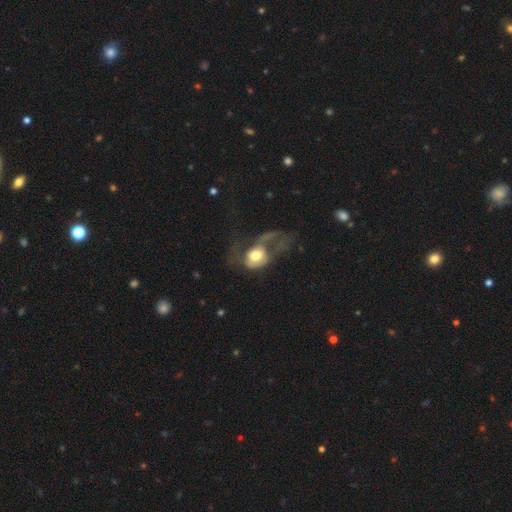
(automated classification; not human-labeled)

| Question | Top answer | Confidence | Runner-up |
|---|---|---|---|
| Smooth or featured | smooth | 54% | featured or disk (38%) |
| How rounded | round | 52% | in between (47%) |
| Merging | major disturbance | 68% | none (13%) |